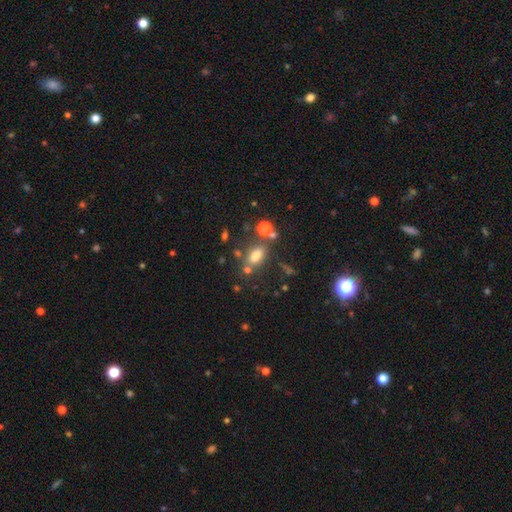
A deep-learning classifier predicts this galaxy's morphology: smooth_or_featured: smooth (p=0.74) [alt: star or artifact p=0.14]
how_rounded: in between (p=0.80) [alt: round p=0.15]
merging: none (p=0.67) [alt: merger p=0.14]